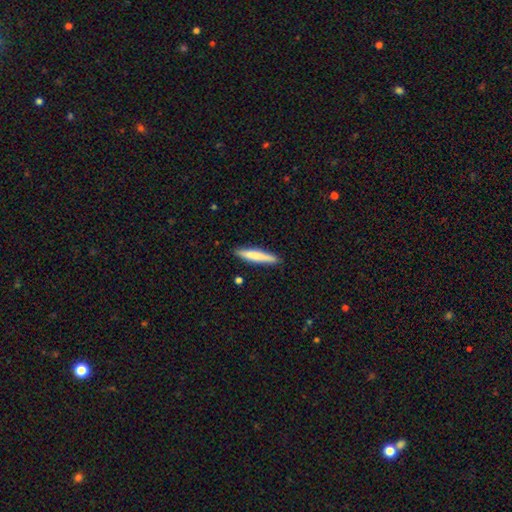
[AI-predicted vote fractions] smooth_or_featured: smooth (p=0.73) [alt: featured or disk p=0.22]
how_rounded: cigar-shaped (p=0.92) [alt: in between p=0.07]
merging: none (p=0.89) [alt: minor disturbance p=0.08]